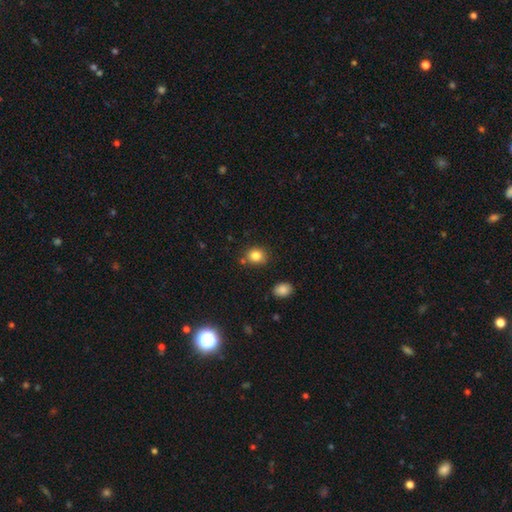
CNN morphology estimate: smooth 83%, star or artifact 11%, featured or disk 6%. Down the decision tree: how rounded — round (70%); merging — none (77%).